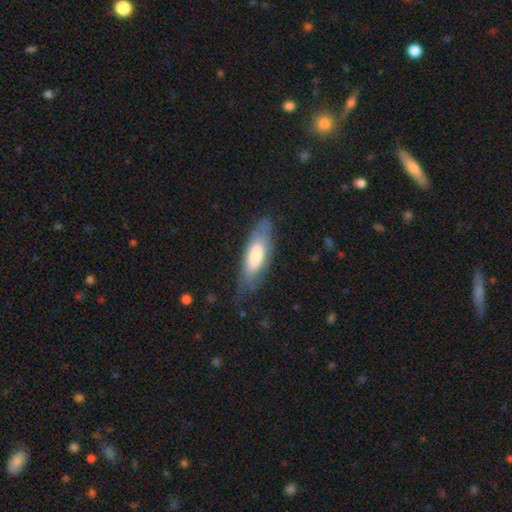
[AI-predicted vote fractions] Smooth or featured? smooth (61%)
How rounded? in between (62%)
Merging? none (71%)